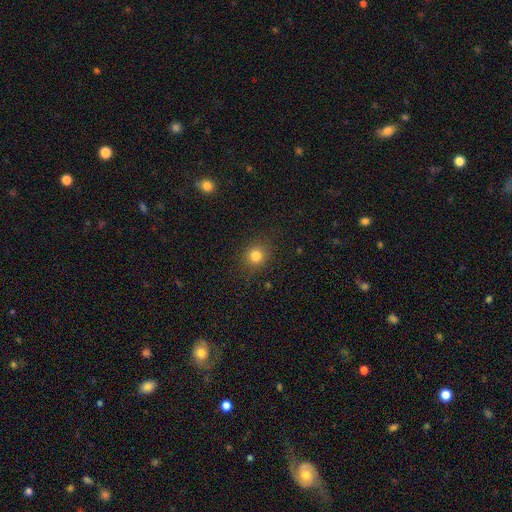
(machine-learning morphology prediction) A smooth galaxy with no disk features (81%) that is round (86%). Merging: none (88%).